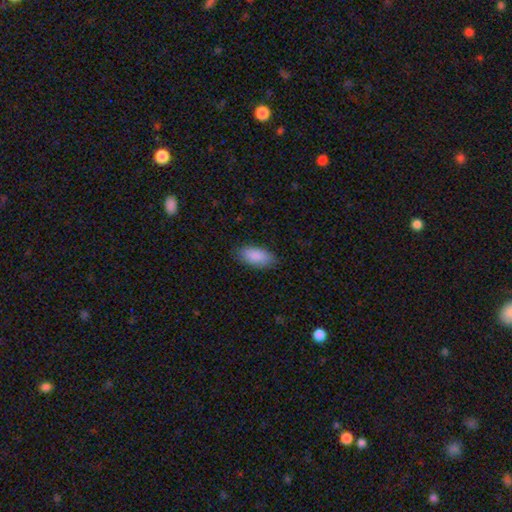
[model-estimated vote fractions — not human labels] Morphology: type=smooth (90%); roundness=in between (92%); merging=none (85%).